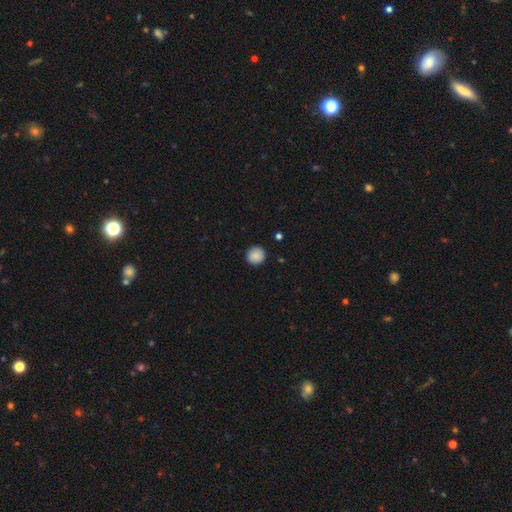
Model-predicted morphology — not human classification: This appears to be a smooth galaxy with no disk features (88%) that is round (93%). Merging: none (91%).